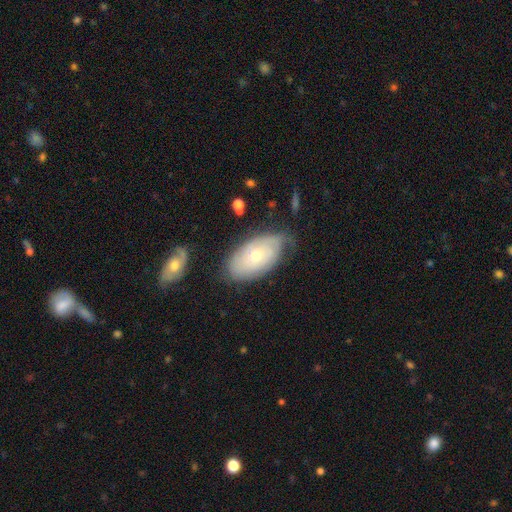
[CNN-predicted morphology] Smooth or featured?
  - featured or disk: 58% *
  - smooth: 35%
  - star or artifact: 7%
Edge-on disk?
  - no: 91% *
  - yes: 9%
Bar?
  - no: 83% *
  - weak: 14%
  - strong: 3%
Spiral arms?
  - yes: 76% *
  - no: 24%
Bulge size?
  - small: 57% *
  - moderate: 39%
  - large: 2%
  - none: 1%
  - dominant: 1%
Merging?
  - none: 65% *
  - minor disturbance: 25%
  - major disturbance: 7%
  - merger: 3%